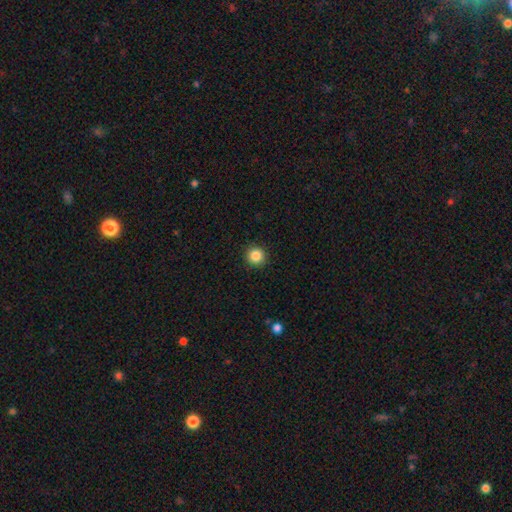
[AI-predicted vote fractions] smooth_or_featured: smooth (p=0.86) [alt: star or artifact p=0.10]
how_rounded: round (p=0.95) [alt: in between p=0.04]
merging: none (p=0.92) [alt: minor disturbance p=0.05]